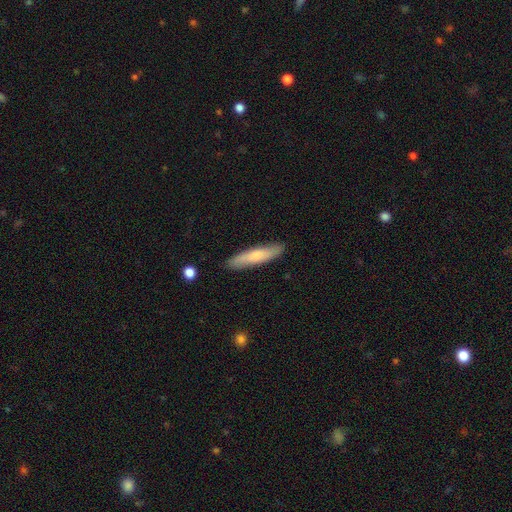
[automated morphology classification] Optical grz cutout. It shows a smooth galaxy with no disk features (70%) that is cigar-shaped (85%). Merging: none (88%).